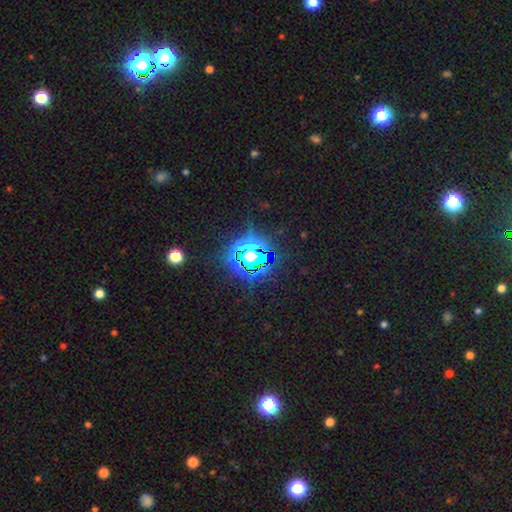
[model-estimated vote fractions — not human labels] Smooth or featured? Predicted: star or artifact (p=0.80).